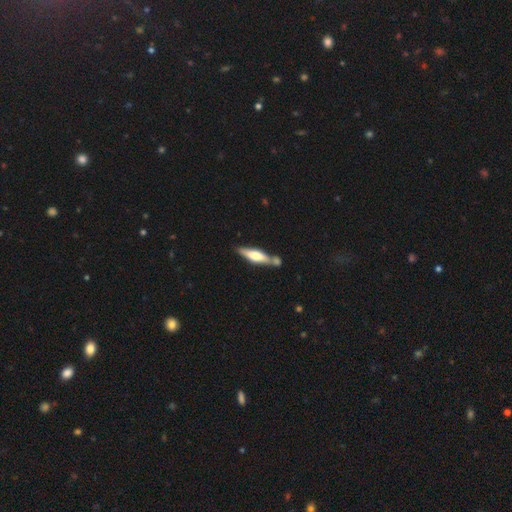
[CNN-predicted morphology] type=featured or disk (54%); edge-on=yes (92%); merging=none (60%).